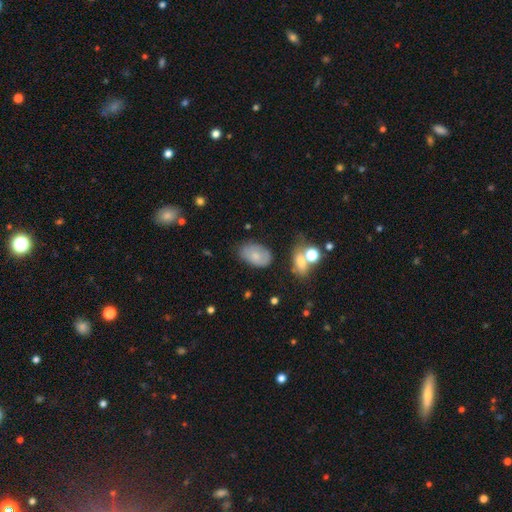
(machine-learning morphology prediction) smooth_or_featured: smooth (p=0.71) [alt: featured or disk p=0.20]
how_rounded: in between (p=0.87) [alt: round p=0.12]
merging: none (p=0.65) [alt: minor disturbance p=0.23]